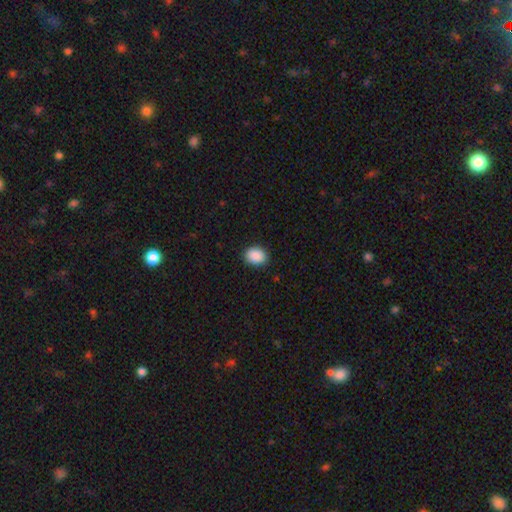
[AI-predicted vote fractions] Smooth or featured? smooth (90%)
How rounded? in between (65%)
Merging? none (89%)